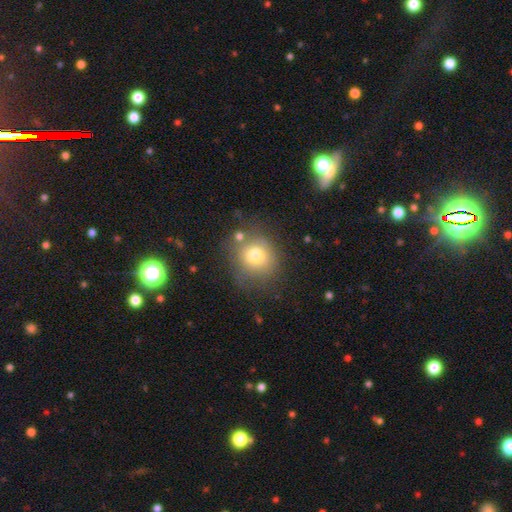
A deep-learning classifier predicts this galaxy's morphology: Smooth or featured?
  - smooth: 74% *
  - featured or disk: 14%
  - star or artifact: 13%
How rounded?
  - round: 82% *
  - in between: 17%
  - cigar-shaped: 1%
Merging?
  - none: 67% *
  - minor disturbance: 17%
  - major disturbance: 8%
  - merger: 8%